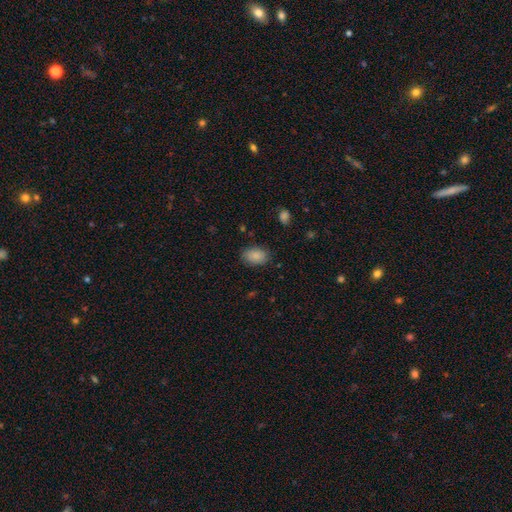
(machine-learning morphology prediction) A smooth galaxy with no disk features (88%) that is in between round and cigar-shaped (85%).

Vote fractions:
- Smooth or featured? smooth: 88% / star or artifact: 8% / featured or disk: 5%
- How rounded? in between: 85% / round: 14% / cigar-shaped: 1%
- Merging? none: 83% / minor disturbance: 13% / major disturbance: 3% / merger: 1%